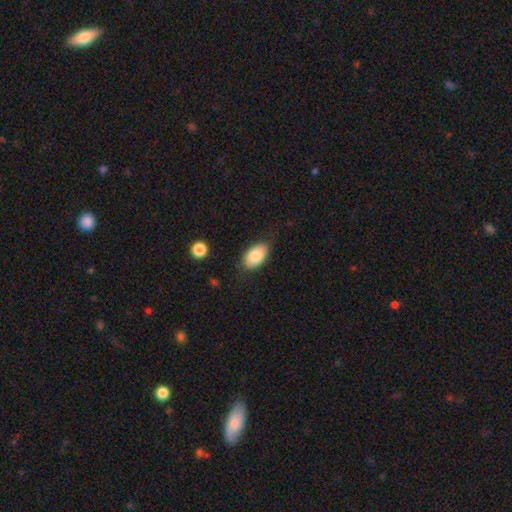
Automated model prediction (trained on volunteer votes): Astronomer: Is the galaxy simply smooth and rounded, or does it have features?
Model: smooth — 81%.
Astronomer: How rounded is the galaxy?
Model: in between — 93%.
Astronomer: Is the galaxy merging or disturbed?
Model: none — 78%.